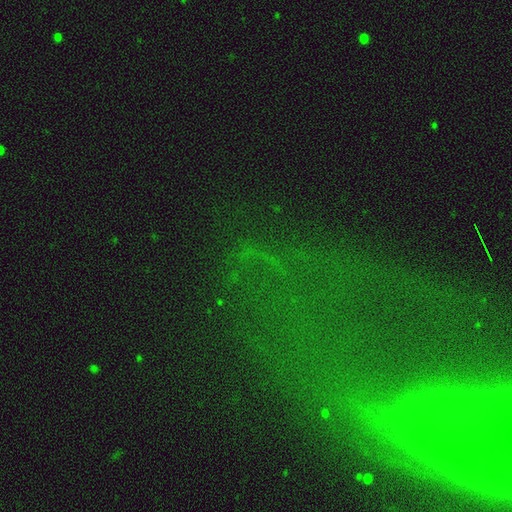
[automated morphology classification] A star or artifact, not a galaxy (66%).